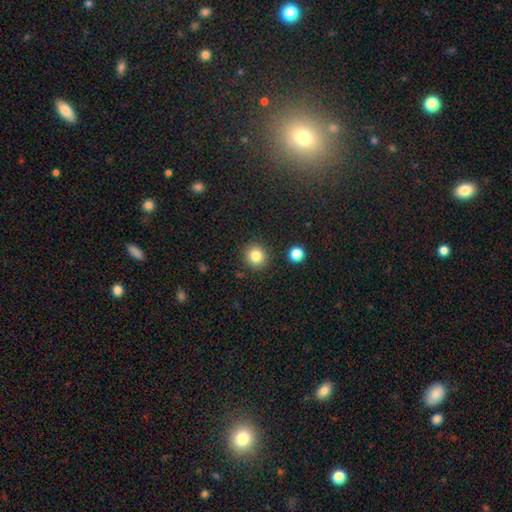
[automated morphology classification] A smooth galaxy with no disk features (83%) that is round (92%). Merging: none (90%).